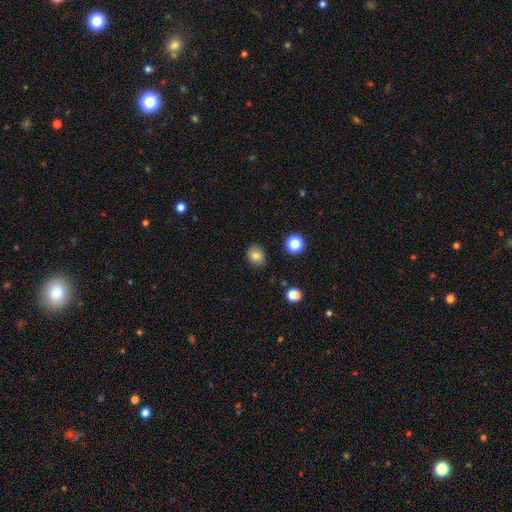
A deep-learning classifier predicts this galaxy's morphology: smooth-or-featured: smooth: 80% | star or artifact: 12% | featured or disk: 8%
  how-rounded: round: 66% | in between: 33% | cigar-shaped: 1%
  merging: none: 87% | minor disturbance: 9% | major disturbance: 2% | merger: 2%